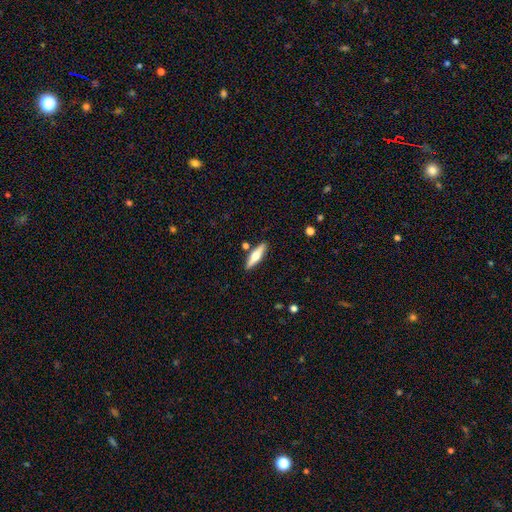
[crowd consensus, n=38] This is possibly a featured or disk galaxy (50%). It is clearly viewed edge-on (100%). Edge-on bulge: likely rounded (79%). Merging: clearly none (91%).